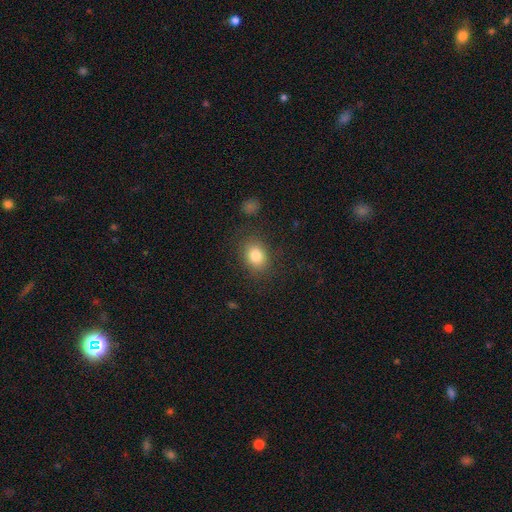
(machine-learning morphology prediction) A smooth galaxy with no disk features (82%) that is in between round and cigar-shaped (56%).

Vote fractions:
- Smooth or featured? smooth: 82% / star or artifact: 10% / featured or disk: 8%
- How rounded? in between: 56% / round: 43% / cigar-shaped: 1%
- Merging? none: 83% / minor disturbance: 11% / major disturbance: 4% / merger: 2%